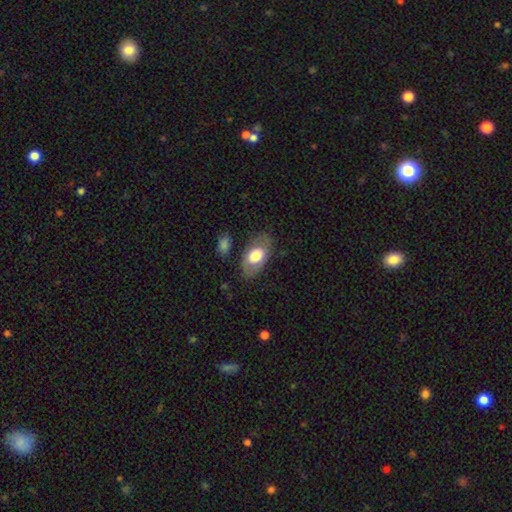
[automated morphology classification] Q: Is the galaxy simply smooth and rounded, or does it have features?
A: smooth — 67%.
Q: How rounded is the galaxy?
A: in between — 93%.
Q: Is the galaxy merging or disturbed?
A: none — 74%.